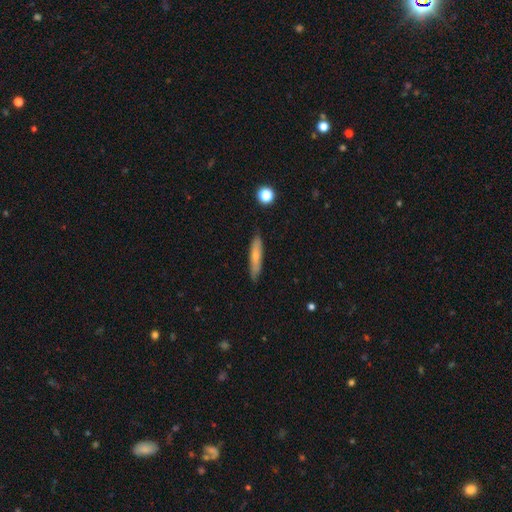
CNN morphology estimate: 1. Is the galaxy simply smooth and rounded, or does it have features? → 63% smooth, 31% featured or disk, 7% star or artifact.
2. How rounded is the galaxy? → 84% cigar-shaped, 14% in between, 2% round.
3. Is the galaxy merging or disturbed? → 83% none, 13% minor disturbance, 2% major disturbance, 2% merger.